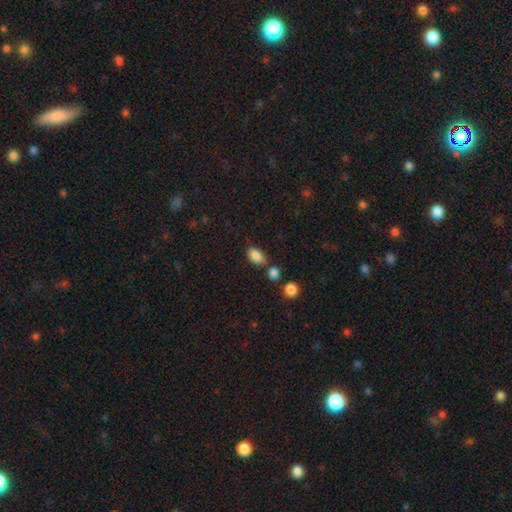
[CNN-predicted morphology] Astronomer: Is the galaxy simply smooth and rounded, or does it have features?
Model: smooth — 86%.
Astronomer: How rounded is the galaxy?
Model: in between — 89%.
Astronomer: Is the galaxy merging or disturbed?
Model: none — 70%.